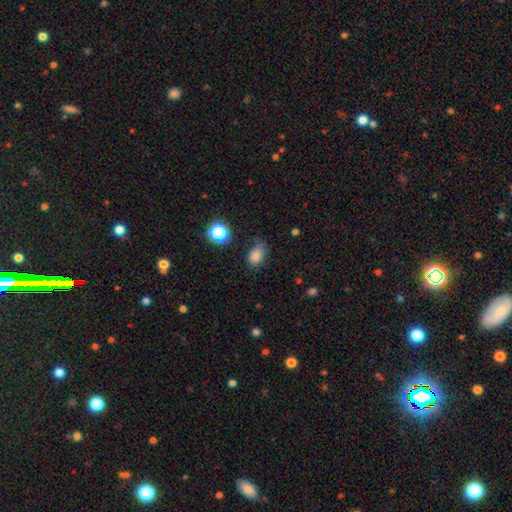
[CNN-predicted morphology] Smooth or featured? Predicted: smooth (p=0.80). How rounded? Predicted: in between (p=0.76). Merging? Predicted: none (p=0.59).